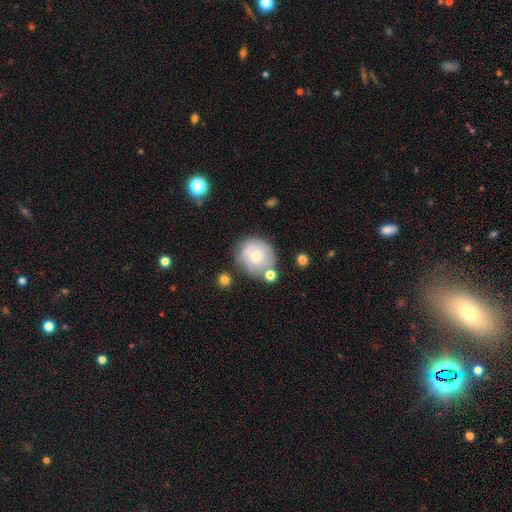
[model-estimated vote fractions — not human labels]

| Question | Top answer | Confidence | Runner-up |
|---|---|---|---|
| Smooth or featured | smooth | 54% | featured or disk (38%) |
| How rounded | round | 81% | in between (18%) |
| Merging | none | 58% | minor disturbance (22%) |